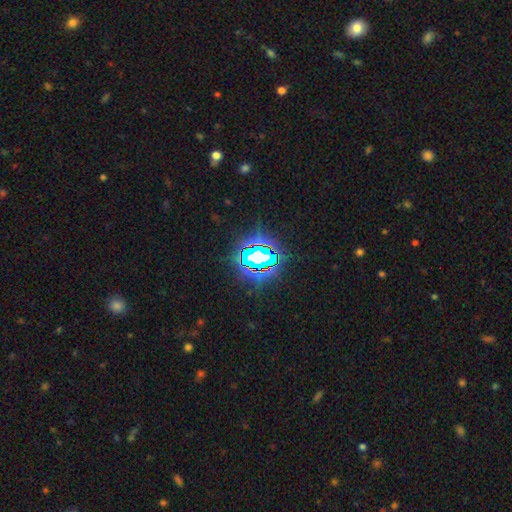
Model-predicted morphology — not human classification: Smooth or featured? star or artifact (81%)